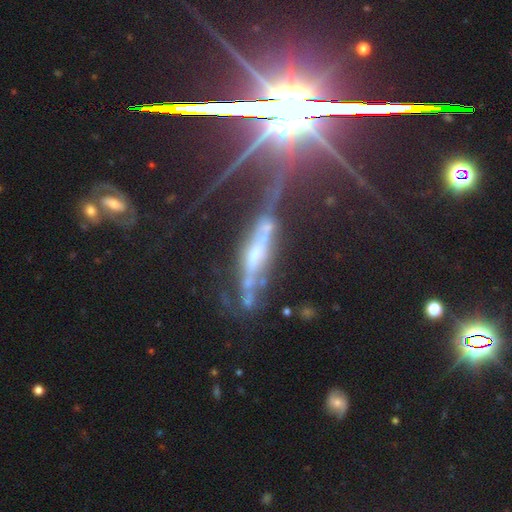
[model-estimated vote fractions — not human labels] Q: Smooth or featured?
A: featured or disk (58%); runner-up: star or artifact (26%)
Q: Edge-on disk?
A: yes (75%); runner-up: no (25%)
Q: Merging?
A: none (56%); runner-up: minor disturbance (23%)